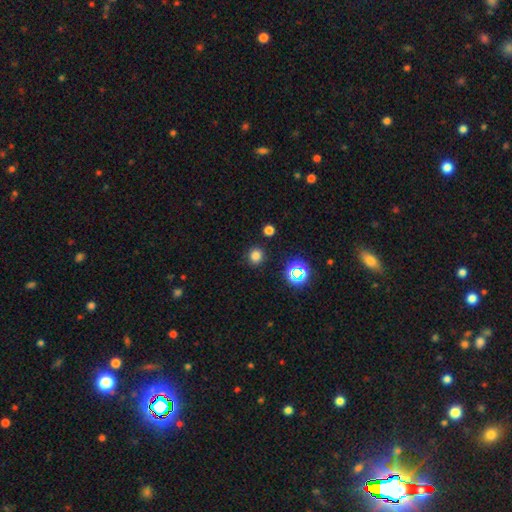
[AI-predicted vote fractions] Smooth or featured?
  - smooth: 76% *
  - star or artifact: 19%
  - featured or disk: 4%
How rounded?
  - round: 88% *
  - in between: 11%
  - cigar-shaped: 1%
Merging?
  - none: 88% *
  - minor disturbance: 7%
  - major disturbance: 3%
  - merger: 2%